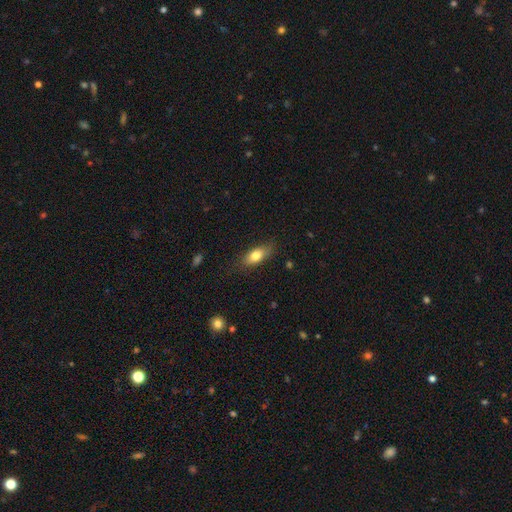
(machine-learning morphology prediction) smooth-or-featured: smooth: 77% | featured or disk: 16% | star or artifact: 7%
  how-rounded: in between: 79% | cigar-shaped: 16% | round: 5%
  merging: none: 77% | minor disturbance: 18% | major disturbance: 4% | merger: 1%